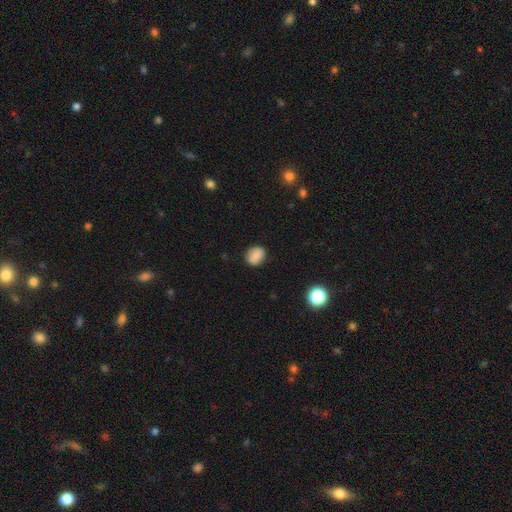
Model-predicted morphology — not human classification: smooth-or-featured: smooth: 78% | featured or disk: 12% | star or artifact: 10%
  how-rounded: round: 59% | in between: 40% | cigar-shaped: 1%
  merging: none: 83% | minor disturbance: 13% | major disturbance: 3% | merger: 1%